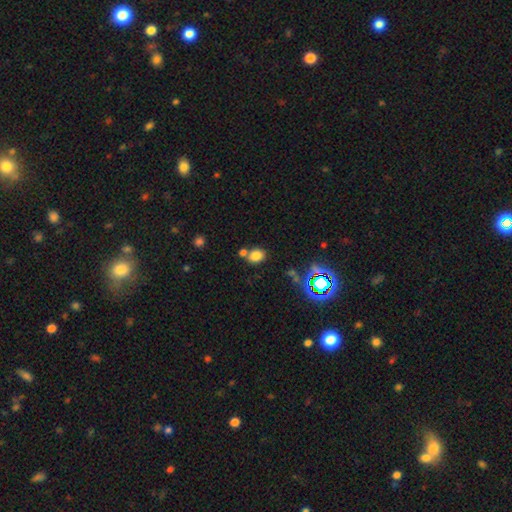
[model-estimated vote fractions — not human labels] A smooth galaxy with no disk features (77%) that is in between round and cigar-shaped (52%).

Vote fractions:
- Smooth or featured? smooth: 77% / star or artifact: 15% / featured or disk: 7%
- How rounded? in between: 52% / round: 47% / cigar-shaped: 1%
- Merging? none: 61% / merger: 24% / minor disturbance: 11% / major disturbance: 4%